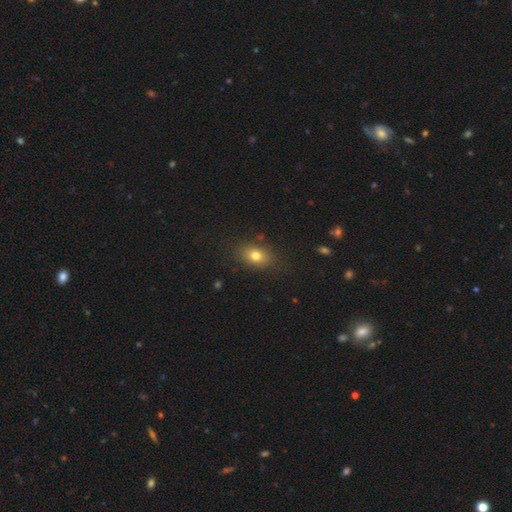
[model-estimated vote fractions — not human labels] Q: Smooth or featured?
A: smooth (77%); runner-up: featured or disk (12%)
Q: How rounded?
A: in between (74%); runner-up: round (23%)
Q: Merging?
A: none (83%); runner-up: minor disturbance (12%)